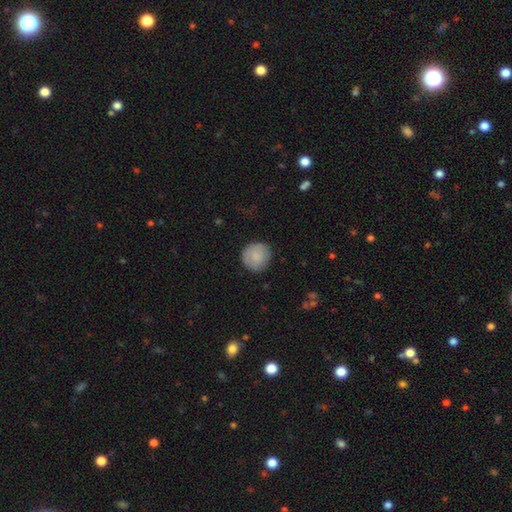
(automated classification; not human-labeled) Smooth or featured: smooth — 87% (featured or disk — 7%)
How rounded: round — 92% (in between — 7%)
Merging: none — 84% (minor disturbance — 12%)